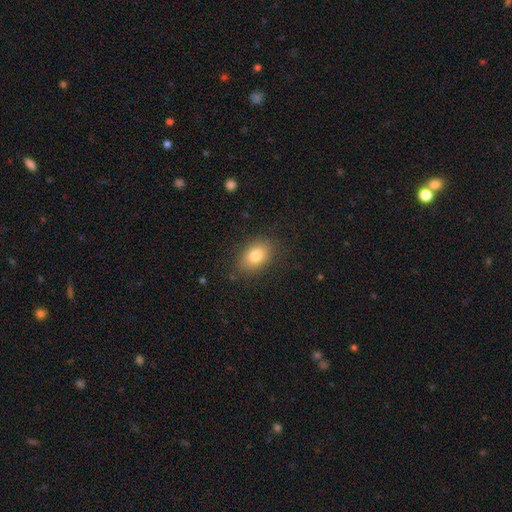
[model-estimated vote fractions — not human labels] Morphology: type=smooth (80%); roundness=in between (81%); merging=none (83%).